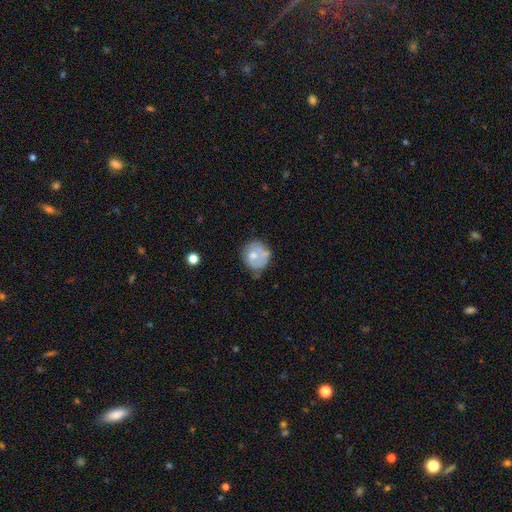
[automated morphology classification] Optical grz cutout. It shows a smooth galaxy with no disk features (57%) that is round (76%). Merging: none (49%).